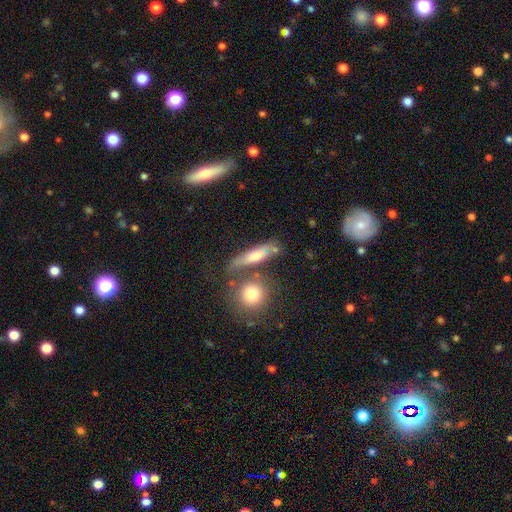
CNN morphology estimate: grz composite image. It shows a smooth galaxy with no disk features (52%) that is cigar-shaped (58%). Merging: none (59%).